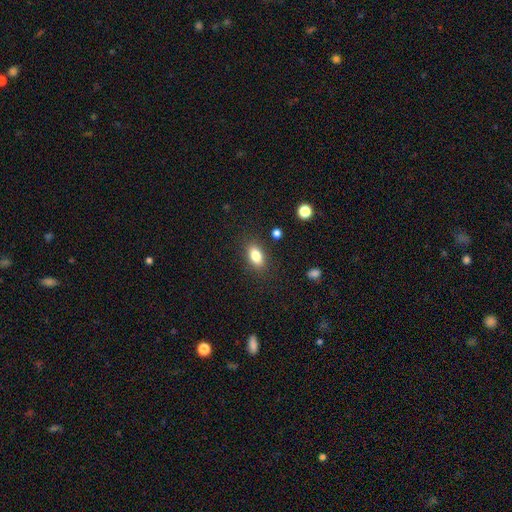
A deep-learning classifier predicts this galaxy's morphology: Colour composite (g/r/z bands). It shows a smooth galaxy with no disk features (82%) that is in between round and cigar-shaped (86%). Merging: none (85%).